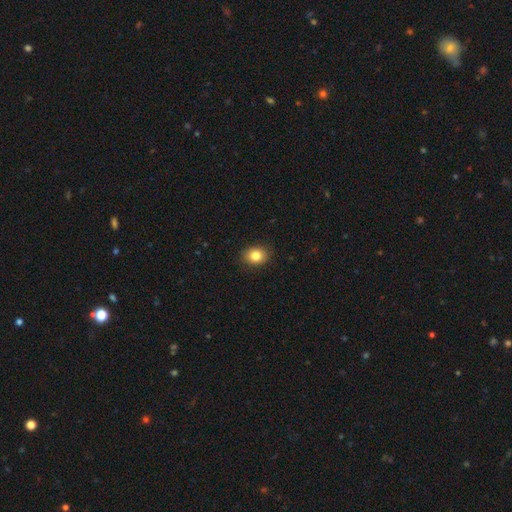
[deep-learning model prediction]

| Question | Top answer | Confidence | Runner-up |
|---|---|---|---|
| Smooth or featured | smooth | 83% | star or artifact (10%) |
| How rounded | round | 50% | in between (49%) |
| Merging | none | 89% | minor disturbance (8%) |